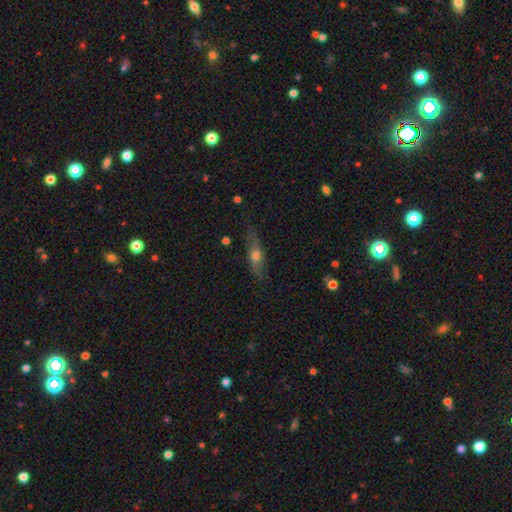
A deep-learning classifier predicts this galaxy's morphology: Smooth or featured?
  - featured or disk: 47% *
  - smooth: 46%
  - star or artifact: 7%
Merging?
  - none: 74% *
  - minor disturbance: 20%
  - major disturbance: 5%
  - merger: 2%